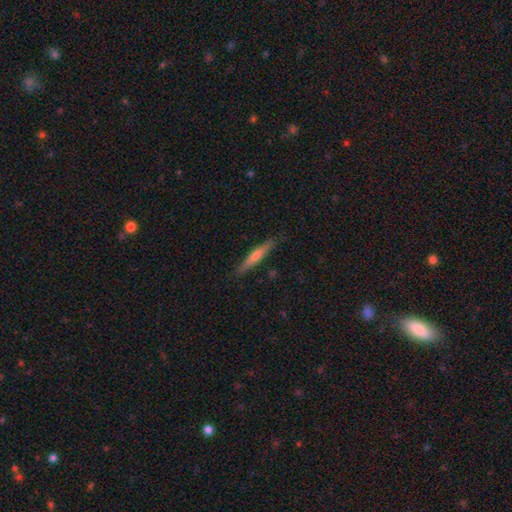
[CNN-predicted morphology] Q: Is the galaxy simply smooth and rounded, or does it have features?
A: featured or disk — 48%.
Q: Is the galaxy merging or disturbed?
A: none — 88%.